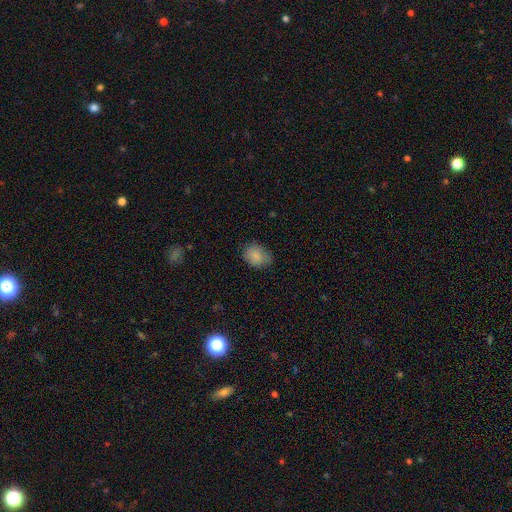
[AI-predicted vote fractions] smooth_or_featured: smooth (p=0.86) [alt: star or artifact p=0.09]
how_rounded: in between (p=0.59) [alt: round p=0.40]
merging: none (p=0.75) [alt: minor disturbance p=0.20]